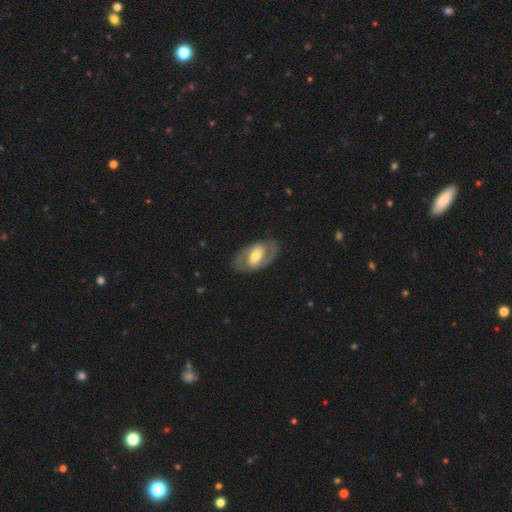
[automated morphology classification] This is likely a featured or disk galaxy (78%). It is clearly not viewed edge-on (95%). Bar: marginally weak (41%). Spiral arm pattern: clearly yes (83%). Spiral arm count: clearly 2 (88%). Spiral winding: possibly medium (51%). Central bulge: likely moderate (65%). Merging: clearly none (82%).